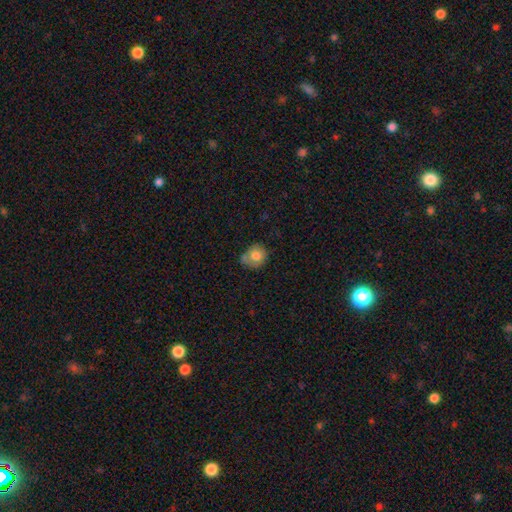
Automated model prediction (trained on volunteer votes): smooth_or_featured: smooth (p=0.76) [alt: featured or disk p=0.15]
how_rounded: round (p=0.71) [alt: in between p=0.28]
merging: none (p=0.51) [alt: minor disturbance p=0.32]